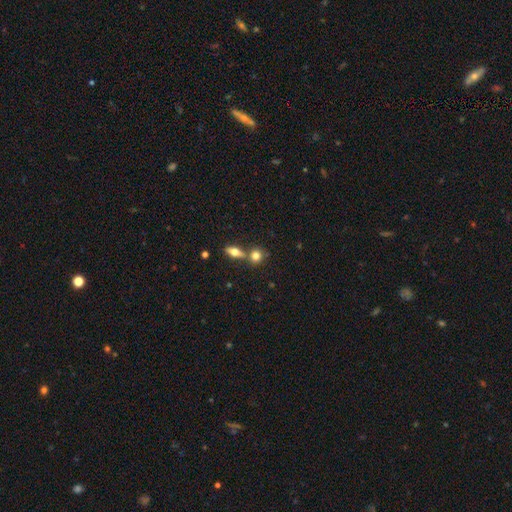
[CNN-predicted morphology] A smooth galaxy with no disk features (76%) that is round (70%). Merging: none (54%).